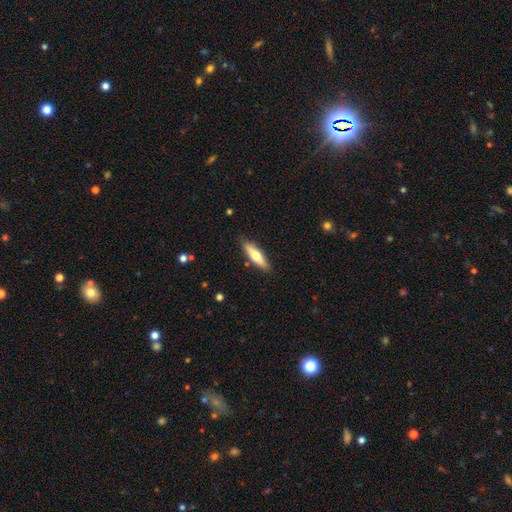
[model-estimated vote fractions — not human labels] This is possibly a smooth galaxy (55%). How rounded: likely cigar-shaped (71%). Merging: clearly none (87%).